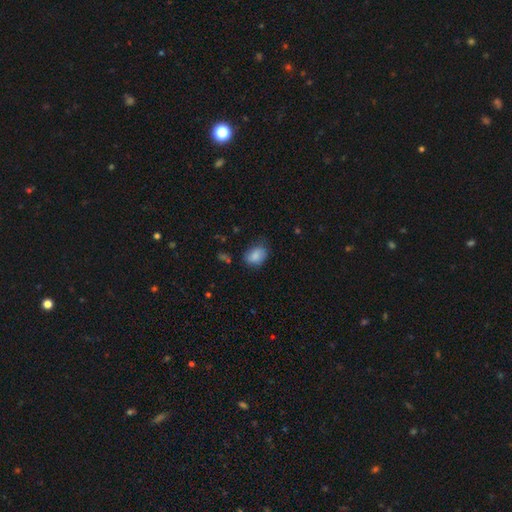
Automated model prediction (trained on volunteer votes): Morphology: type=smooth (86%); roundness=in between (80%); merging=none (68%).